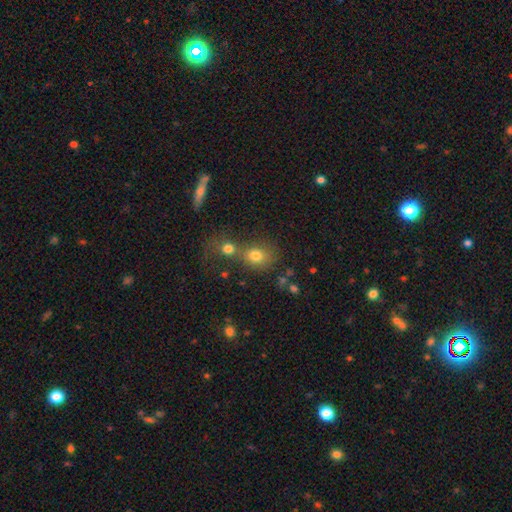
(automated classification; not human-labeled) Smooth or featured?
  - smooth: 76% *
  - star or artifact: 14%
  - featured or disk: 10%
How rounded?
  - round: 69% *
  - in between: 30%
  - cigar-shaped: 1%
Merging?
  - merger: 44% *
  - none: 42%
  - minor disturbance: 9%
  - major disturbance: 6%